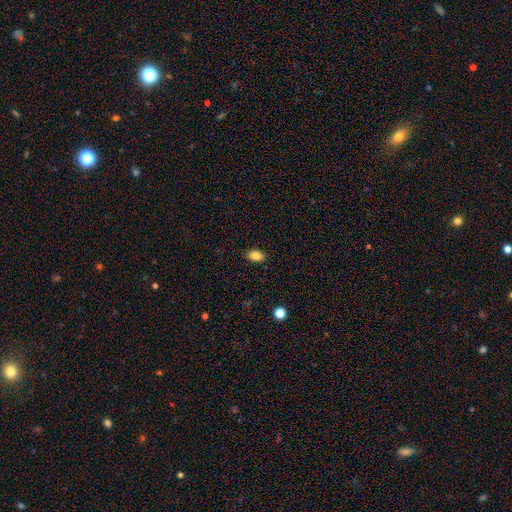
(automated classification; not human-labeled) Morphology: type=smooth (86%); roundness=in between (83%); merging=none (88%).